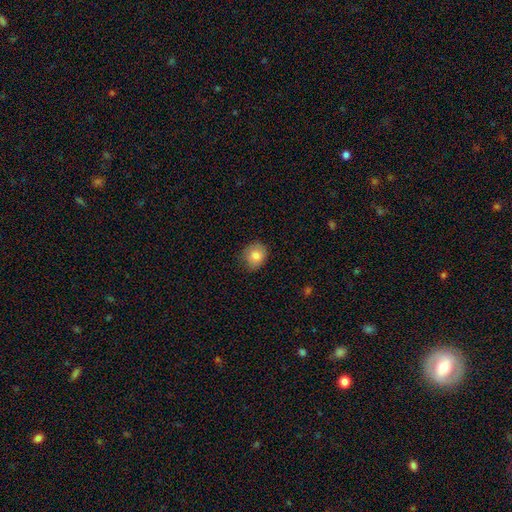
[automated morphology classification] A smooth galaxy with no disk features (82%) that is round (72%). Merging: none (80%).